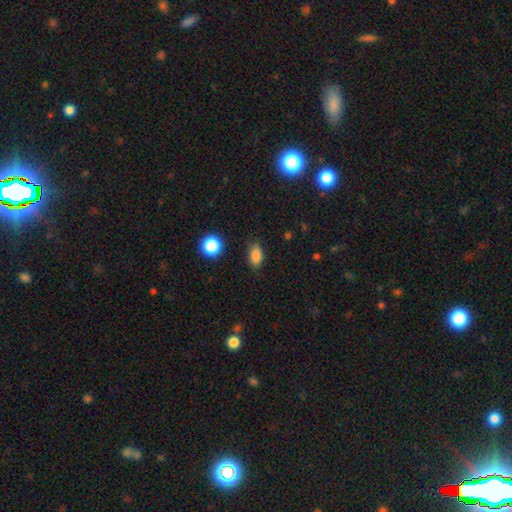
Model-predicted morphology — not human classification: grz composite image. It shows a smooth galaxy with no disk features (85%) that is in between round and cigar-shaped (86%). Merging: none (82%).